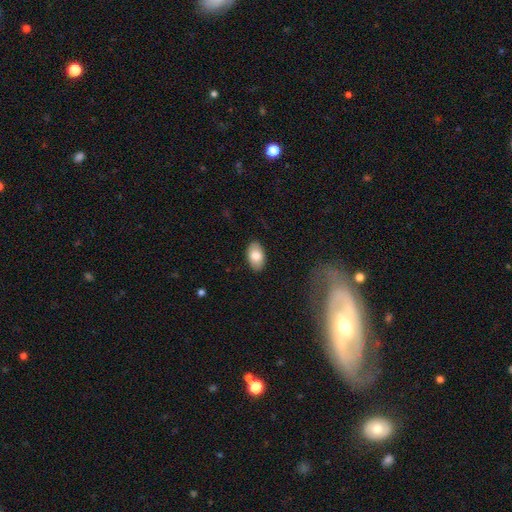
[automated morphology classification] The model was most divided on "smooth or featured": smooth: 80%, featured or disk: 13%, star or artifact: 6%. More confident: how rounded — in between (94%); merging — none (89%).